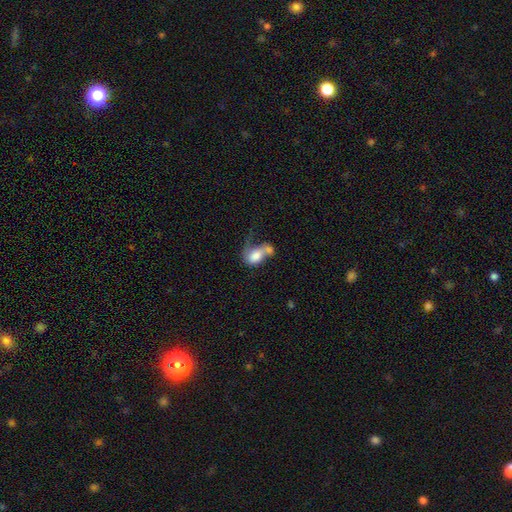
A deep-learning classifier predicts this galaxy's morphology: Q: Smooth or featured?
A: smooth (64%); runner-up: featured or disk (27%)
Q: How rounded?
A: in between (77%); runner-up: round (21%)
Q: Merging?
A: merger (55%); runner-up: major disturbance (22%)